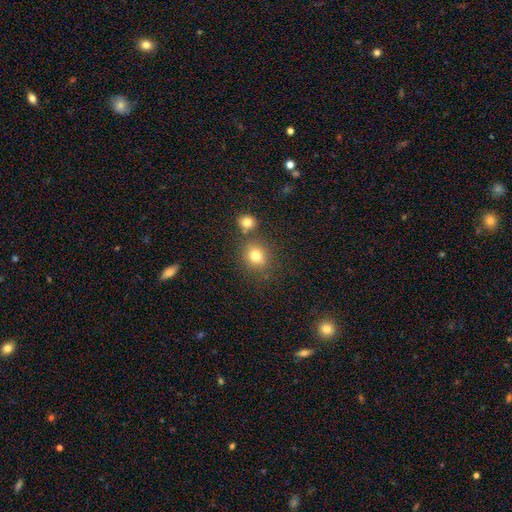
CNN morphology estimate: smooth-or-featured: smooth: 78% | star or artifact: 14% | featured or disk: 8%
  how-rounded: round: 82% | in between: 17% | cigar-shaped: 1%
  merging: none: 72% | merger: 14% | minor disturbance: 10% | major disturbance: 4%